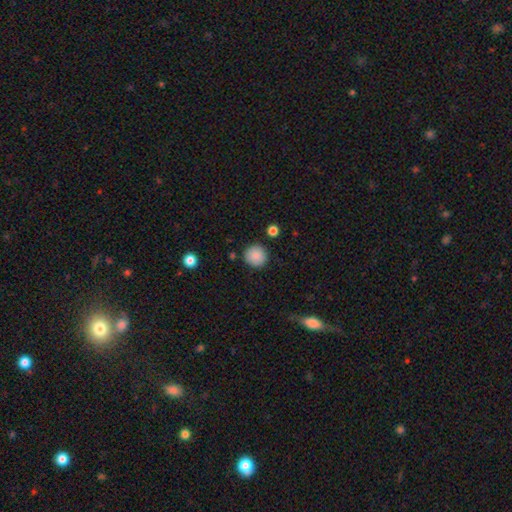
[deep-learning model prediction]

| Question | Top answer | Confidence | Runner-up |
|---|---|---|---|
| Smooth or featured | smooth | 87% | star or artifact (9%) |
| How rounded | round | 93% | in between (6%) |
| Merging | none | 88% | minor disturbance (7%) |